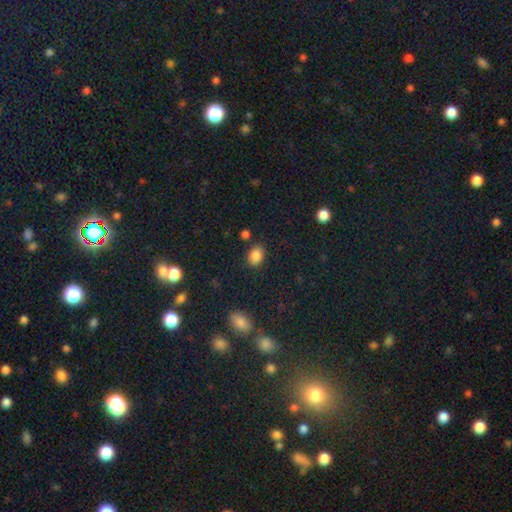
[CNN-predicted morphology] The model was most divided on "how rounded": in between: 75%, round: 24%, cigar-shaped: 1%. More confident: smooth or featured — smooth (86%); merging — none (83%).